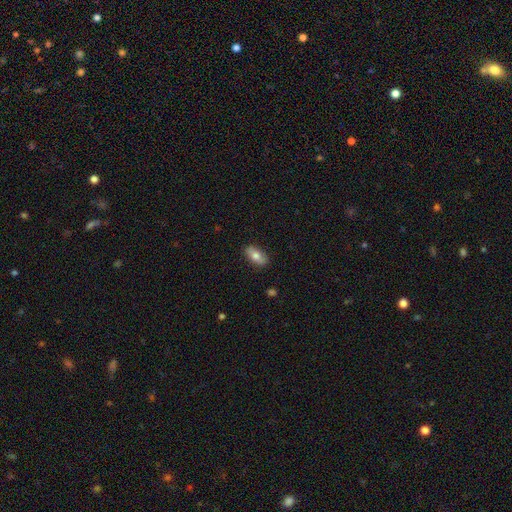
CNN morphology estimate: smooth-or-featured: smooth: 74% | featured or disk: 19% | star or artifact: 7%
  how-rounded: in between: 88% | cigar-shaped: 8% | round: 4%
  merging: none: 86% | minor disturbance: 11% | major disturbance: 2% | merger: 1%